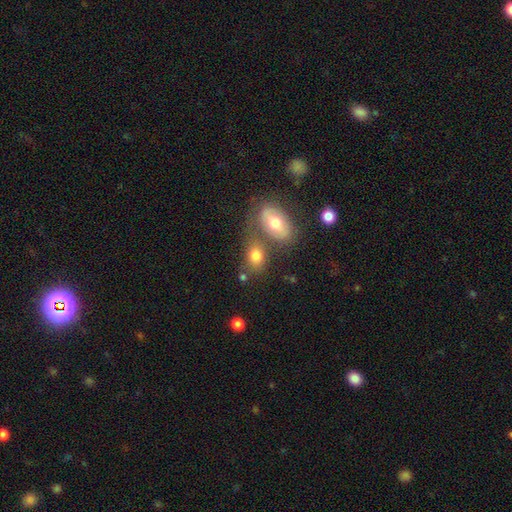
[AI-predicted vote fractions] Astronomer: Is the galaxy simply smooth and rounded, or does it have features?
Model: smooth — 75%.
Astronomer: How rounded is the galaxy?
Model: in between — 75%.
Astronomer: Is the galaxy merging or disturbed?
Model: none — 49% (runner-up: merger, 32%).